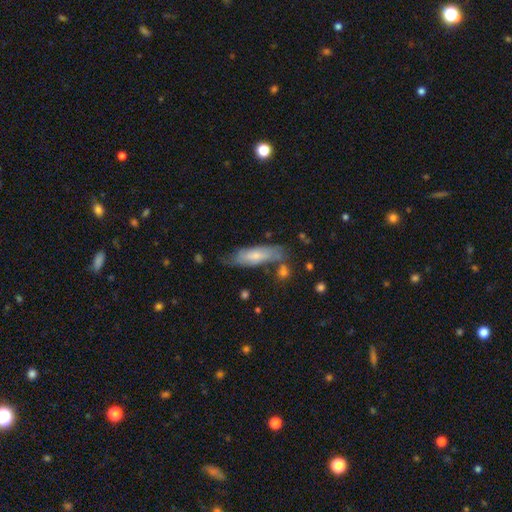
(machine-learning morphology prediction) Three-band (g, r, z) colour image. It shows a smooth galaxy with no disk features (62%) that is in between round and cigar-shaped (51%). Merging: none (57%).